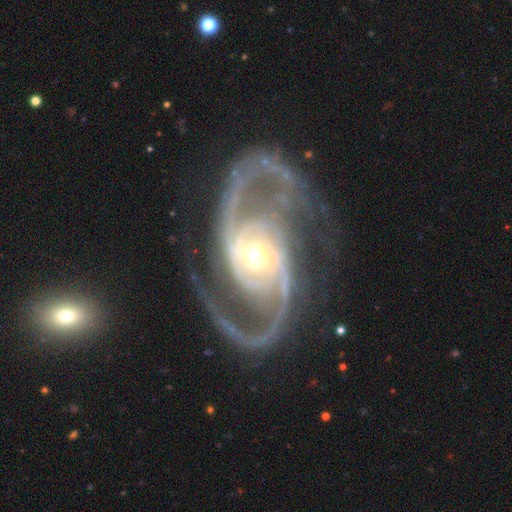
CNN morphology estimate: smooth_or_featured: featured or disk (p=0.94) [alt: star or artifact p=0.04]
disk_edge_on: no (p=0.98) [alt: yes p=0.02]
bar: no (p=0.49) [alt: weak p=0.31]
has_spiral_arms: yes (p=0.99) [alt: no p=0.01]
spiral_winding: medium (p=0.58) [alt: tight p=0.21]
spiral_arm_count: 2 (p=0.88) [alt: 3 p=0.04]
bulge_size: moderate (p=0.62) [alt: small p=0.29]
merging: none (p=0.74) [alt: minor disturbance p=0.13]